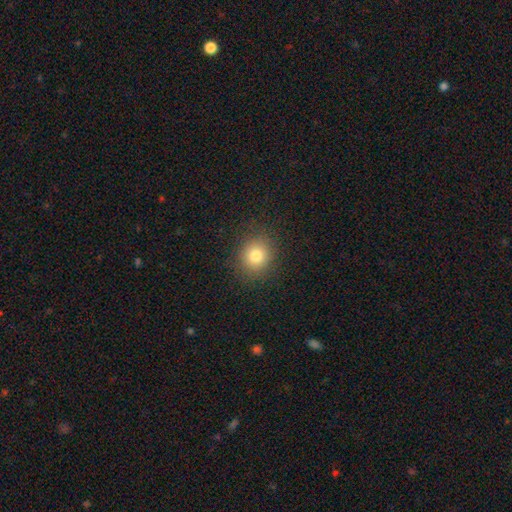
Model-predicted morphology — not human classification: Smooth or featured?
  - smooth: 79% *
  - star or artifact: 13%
  - featured or disk: 7%
How rounded?
  - round: 85% *
  - in between: 14%
  - cigar-shaped: 1%
Merging?
  - none: 88% *
  - minor disturbance: 8%
  - major disturbance: 3%
  - merger: 1%